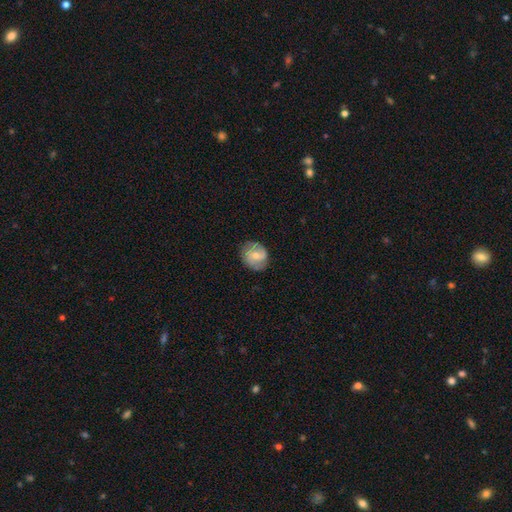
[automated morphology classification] Overall: featured or disk (54%; smooth 39%). Edge-on disk: no (97%). Bar: weak (48%; no 37%). Spiral arms: yes (82%). Bulge size: moderate (48%; small 46%). Merging: none (79%).